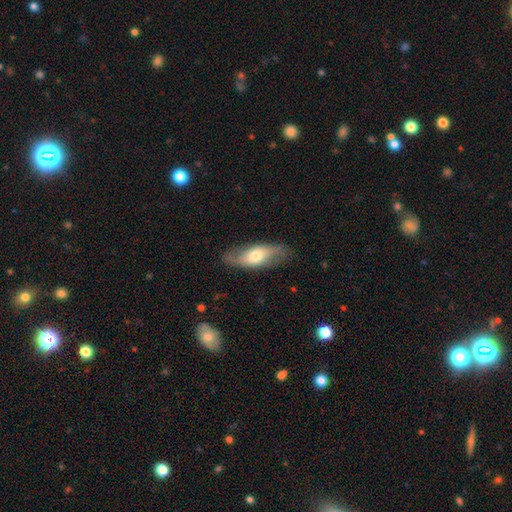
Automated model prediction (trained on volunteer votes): Smooth or featured?
  - smooth: 52% *
  - featured or disk: 42%
  - star or artifact: 6%
How rounded?
  - in between: 73% *
  - cigar-shaped: 23%
  - round: 4%
Merging?
  - none: 79% *
  - minor disturbance: 16%
  - major disturbance: 5%
  - merger: 1%